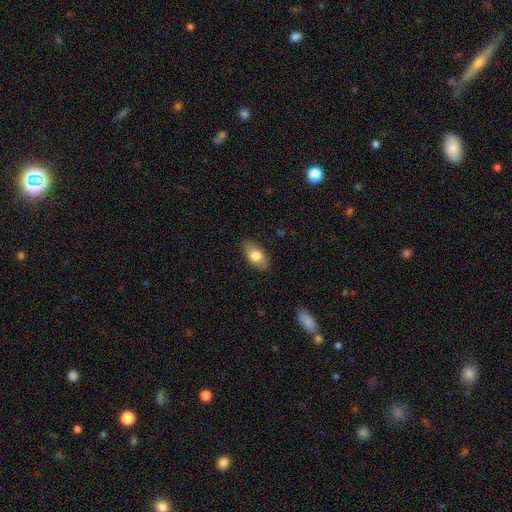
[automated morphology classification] This appears to be a smooth galaxy with no disk features (76%) that is in between round and cigar-shaped (91%). Merging: none (85%).